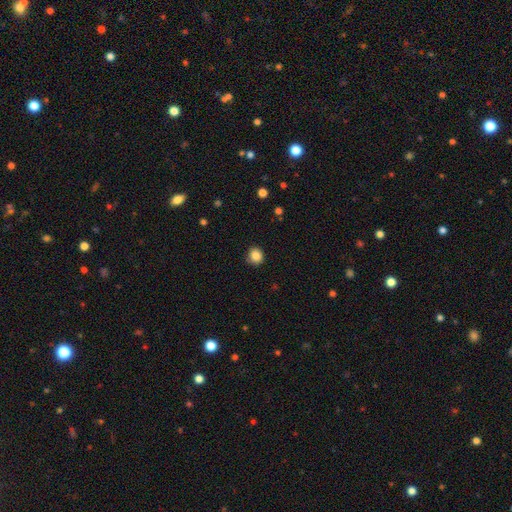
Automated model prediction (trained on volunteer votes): The model was most divided on "how rounded": round: 86%, in between: 13%, cigar-shaped: 1%. More confident: merging — none (87%); smooth or featured — smooth (86%).